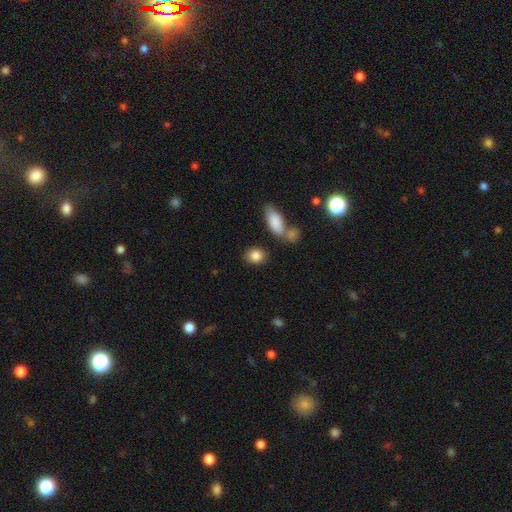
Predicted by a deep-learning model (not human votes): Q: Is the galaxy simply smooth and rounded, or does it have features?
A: smooth — 86%.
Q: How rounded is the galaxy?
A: round — 49%, tied with in between.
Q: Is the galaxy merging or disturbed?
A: none — 78%.